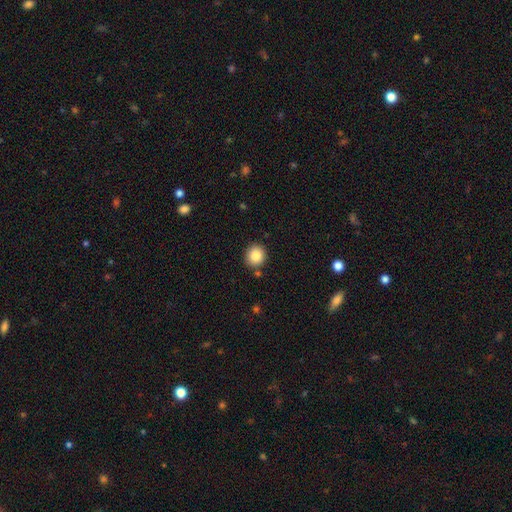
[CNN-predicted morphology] type=smooth (87%); roundness=round (84%); merging=none (85%).